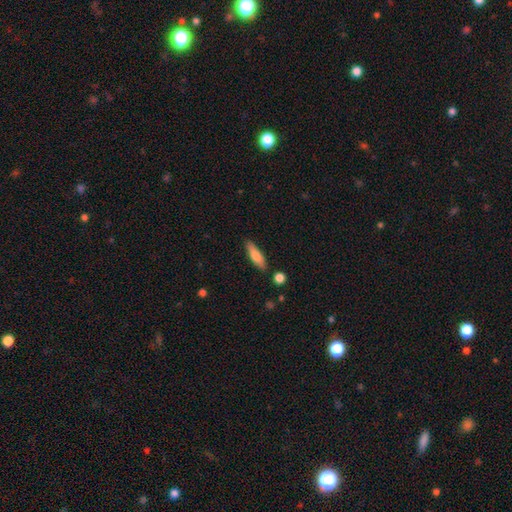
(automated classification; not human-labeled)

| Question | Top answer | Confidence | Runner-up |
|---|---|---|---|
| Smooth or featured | smooth | 74% | featured or disk (20%) |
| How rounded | cigar-shaped | 58% | in between (40%) |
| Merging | none | 84% | minor disturbance (11%) |